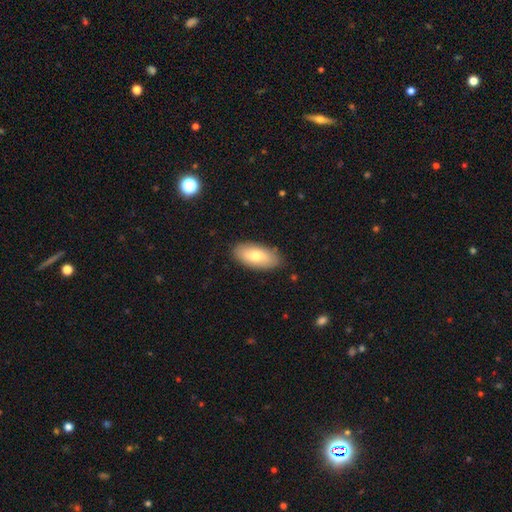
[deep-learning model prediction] smooth 71%, featured or disk 23%, star or artifact 6%. Down the decision tree: how rounded — in between (92%); merging — none (84%).